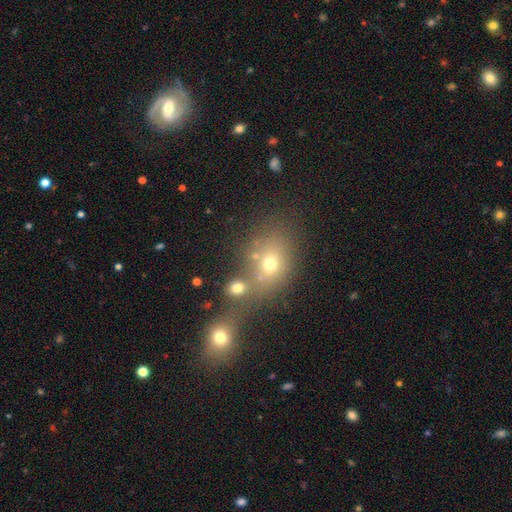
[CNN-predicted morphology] Smooth or featured? smooth (51%)
How rounded? round (54%)
Merging? none (53%)